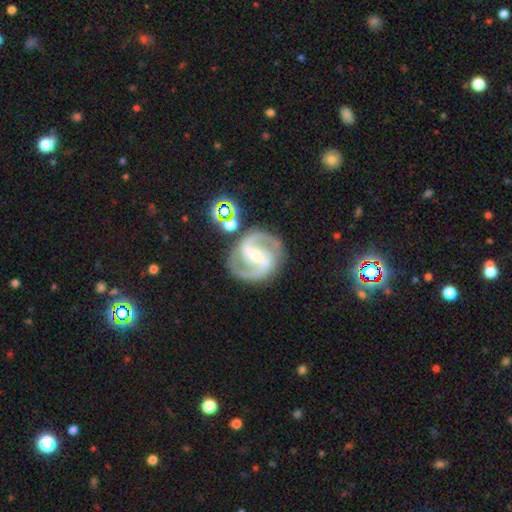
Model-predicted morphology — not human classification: Smooth or featured?
  - featured or disk: 91% *
  - star or artifact: 5%
  - smooth: 4%
Edge-on disk?
  - no: 98% *
  - yes: 2%
Bar?
  - strong: 60% *
  - weak: 30%
  - no: 10%
Spiral arms?
  - yes: 98% *
  - no: 2%
Spiral winding?
  - medium: 60% *
  - tight: 30%
  - loose: 10%
Spiral arm count?
  - 2: 92% *
  - 3: 3%
  - can't tell: 2%
  - 1: 1%
  - 4: 1%
  - more than 4: 1%
Bulge size?
  - small: 54% *
  - moderate: 40%
  - none: 3%
  - large: 3%
  - dominant: 1%
Merging?
  - none: 82% *
  - minor disturbance: 10%
  - merger: 4%
  - major disturbance: 4%